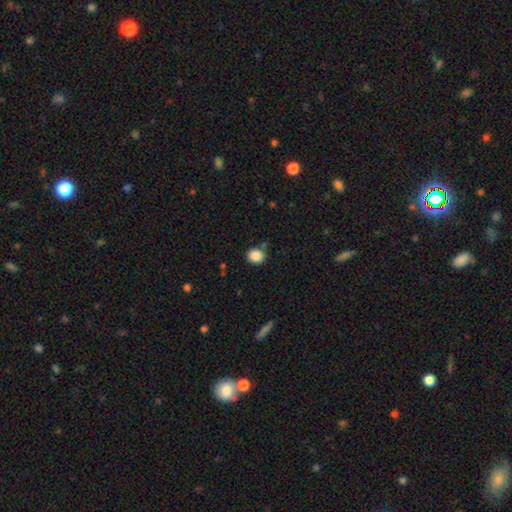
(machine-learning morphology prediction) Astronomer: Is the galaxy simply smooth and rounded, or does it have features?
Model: smooth — 87%.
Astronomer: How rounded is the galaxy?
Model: round — 79%.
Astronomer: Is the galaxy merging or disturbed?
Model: none — 82%.